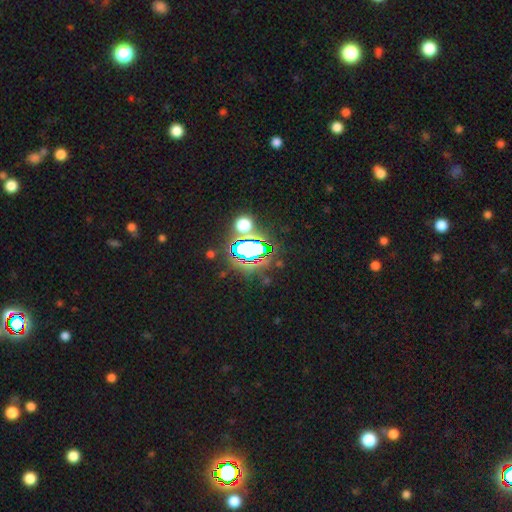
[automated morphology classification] Smooth or featured? star or artifact (80%)